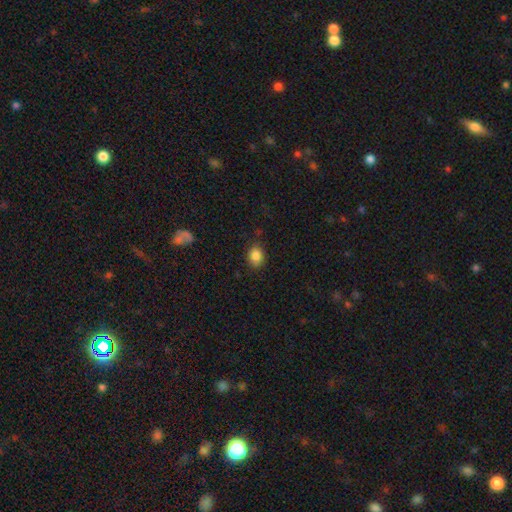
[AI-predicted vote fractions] smooth 86%, star or artifact 10%, featured or disk 5%. Down the decision tree: how rounded — in between (59%); merging — none (83%).